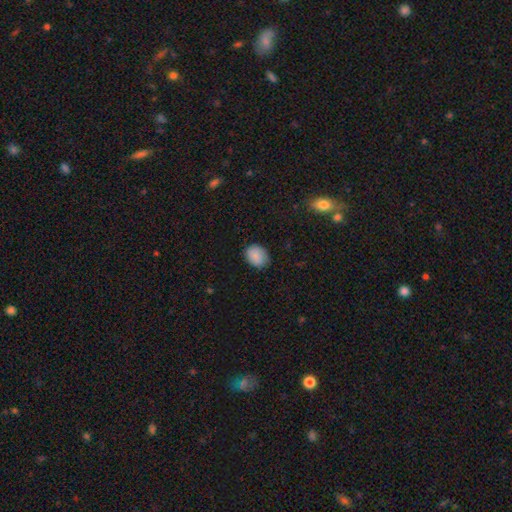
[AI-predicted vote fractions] Q: Smooth or featured?
A: smooth (86%); runner-up: star or artifact (8%)
Q: How rounded?
A: in between (56%); runner-up: round (43%)
Q: Merging?
A: none (80%); runner-up: minor disturbance (16%)